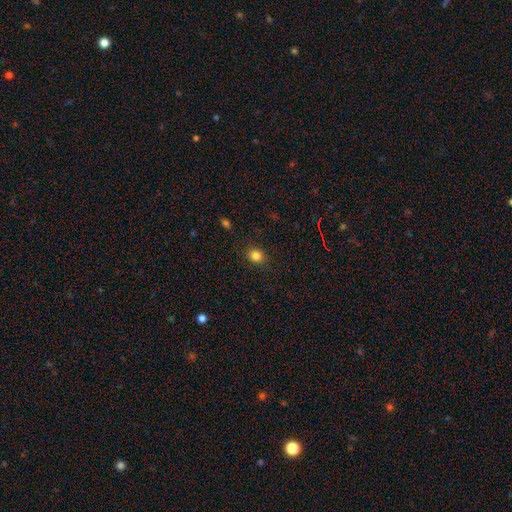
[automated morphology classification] This is clearly a smooth galaxy (84%). How rounded: likely round (72%). Merging: clearly none (87%).